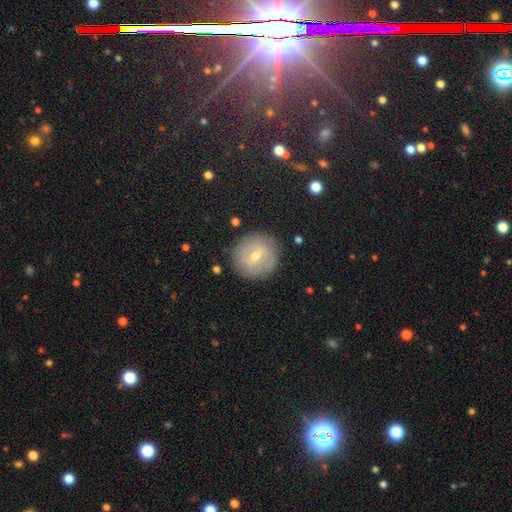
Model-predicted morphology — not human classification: A featured or disk galaxy (55%) with a weak bar (59%), spiral arms (58%) and a small central bulge (55%). Merging: none (84%).